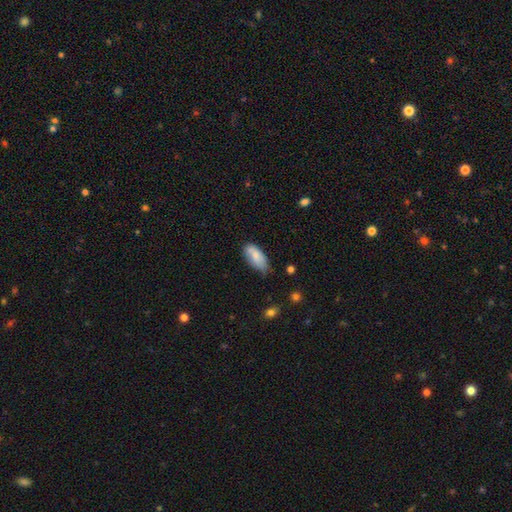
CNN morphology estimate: This appears to be a smooth galaxy with no disk features (78%) that is in between round and cigar-shaped (88%). Merging: none (54%).